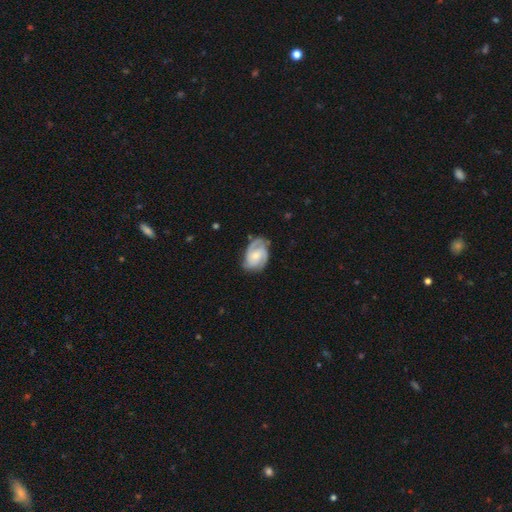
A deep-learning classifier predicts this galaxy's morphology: The model was most divided on "spiral arm count": 2: 42%, 3: 35%, can't tell: 12%, 4: 4%, 1: 3%, more than 4: 3%. Remaining: edge-on disk — no (98%); spiral arms — yes (96%); smooth or featured — featured or disk (81%); merging — none (66%); bar — no (61%); bulge size — small (54%); spiral winding — tight (50%).